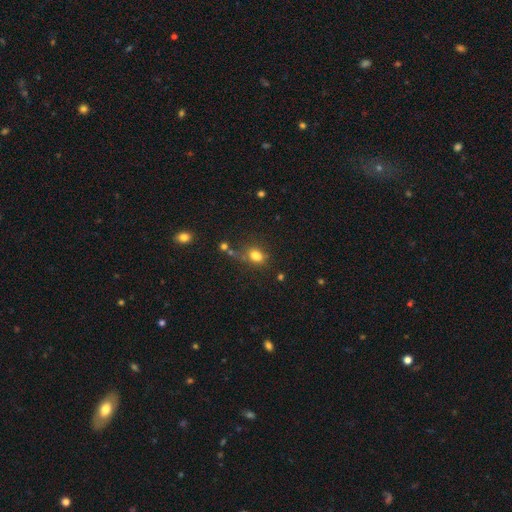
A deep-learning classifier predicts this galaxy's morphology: A smooth galaxy with no disk features (78%) that is in between round and cigar-shaped (63%). Merging: none (52%).